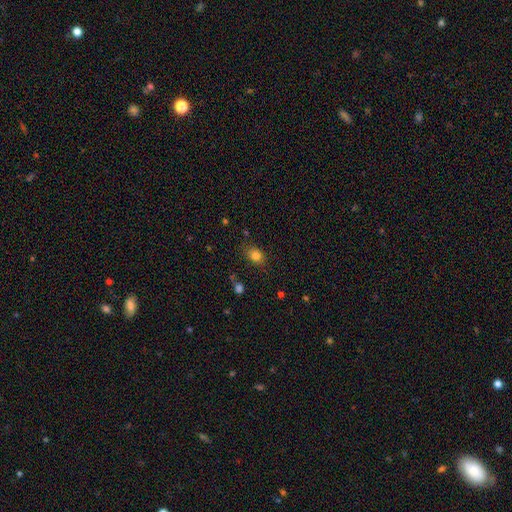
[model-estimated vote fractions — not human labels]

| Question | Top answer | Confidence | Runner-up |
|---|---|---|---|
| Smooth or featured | smooth | 81% | star or artifact (12%) |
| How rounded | in between | 61% | round (38%) |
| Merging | none | 79% | minor disturbance (15%) |